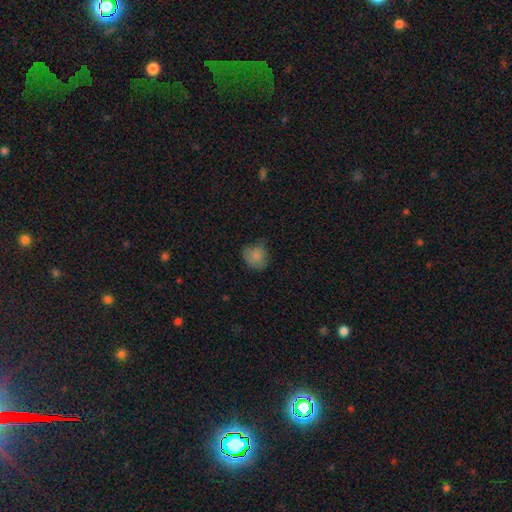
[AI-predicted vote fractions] Smooth or featured: smooth — 81% (star or artifact — 10%)
How rounded: round — 71% (in between — 28%)
Merging: none — 63% (minor disturbance — 28%)